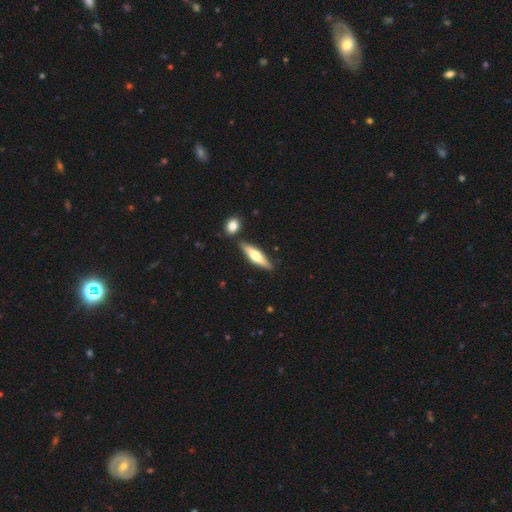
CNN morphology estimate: Smooth or featured? smooth (50%)
Merging? none (82%)